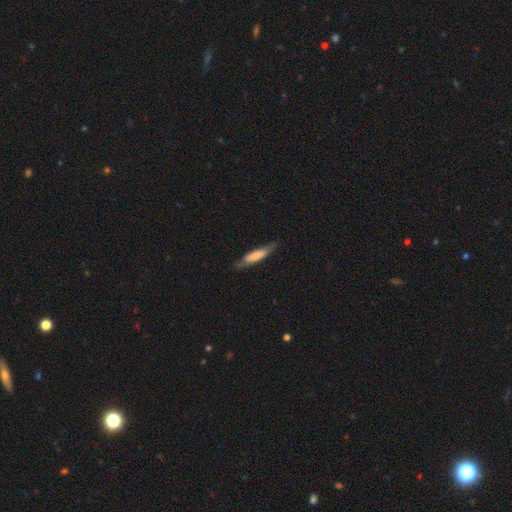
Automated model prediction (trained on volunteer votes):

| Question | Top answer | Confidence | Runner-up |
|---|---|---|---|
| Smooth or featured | smooth | 65% | featured or disk (30%) |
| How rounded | cigar-shaped | 81% | in between (18%) |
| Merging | none | 75% | minor disturbance (19%) |